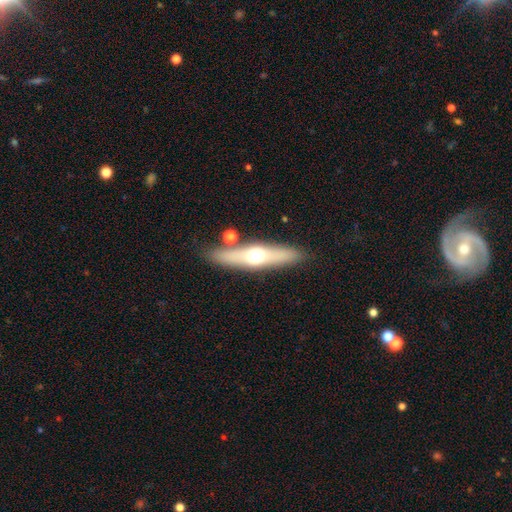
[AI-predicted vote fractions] Smooth or featured? featured or disk (49%)
Merging? none (83%)